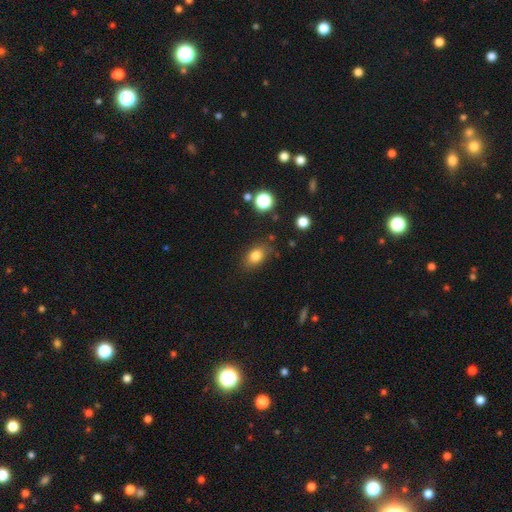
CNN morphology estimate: A smooth galaxy with no disk features (81%) that is in between round and cigar-shaped (76%). Merging: none (79%).